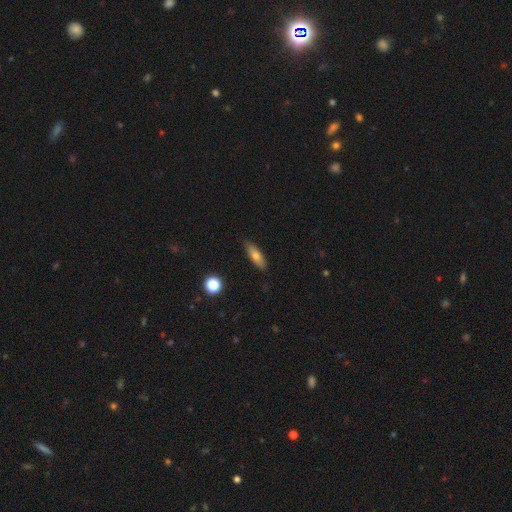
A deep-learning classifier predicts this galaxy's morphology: The model was most divided on "how rounded": in between: 49%, cigar-shaped: 47%, round: 4%. More confident: merging — none (86%); smooth or featured — smooth (68%).